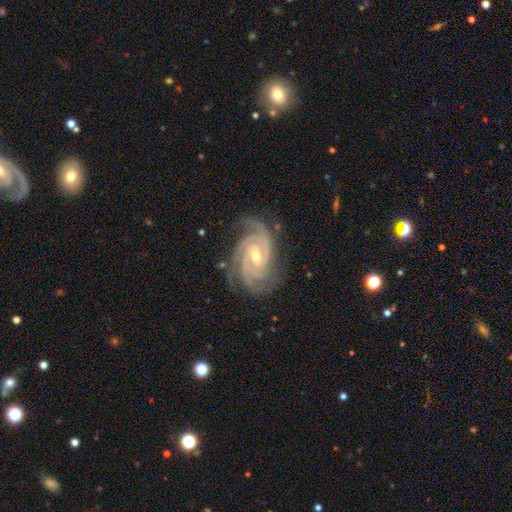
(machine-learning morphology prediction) type=featured or disk (93%); edge-on=no (97%); bar=weak (44%); spiral arms=yes (99%); winding=tight (69%); arm count=3 (46%); bulge=moderate (52%); merging=none (78%).